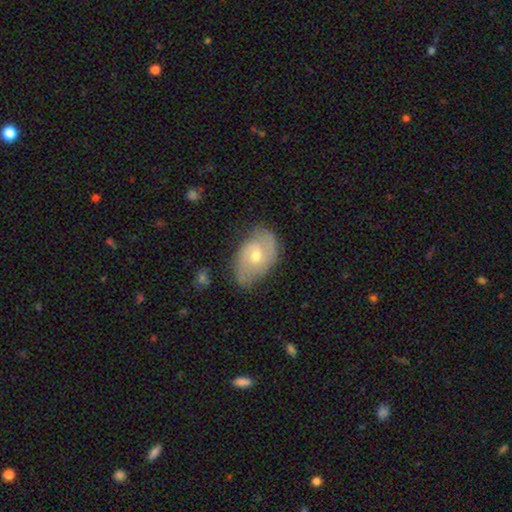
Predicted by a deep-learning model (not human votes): Smooth or featured? featured or disk (68%)
Edge-on disk? no (95%)
Bar? no (66%)
Spiral arms? yes (85%)
Spiral winding? medium (44%)
Spiral arm count? 2 (77%)
Bulge size? moderate (57%)
Merging? none (71%)